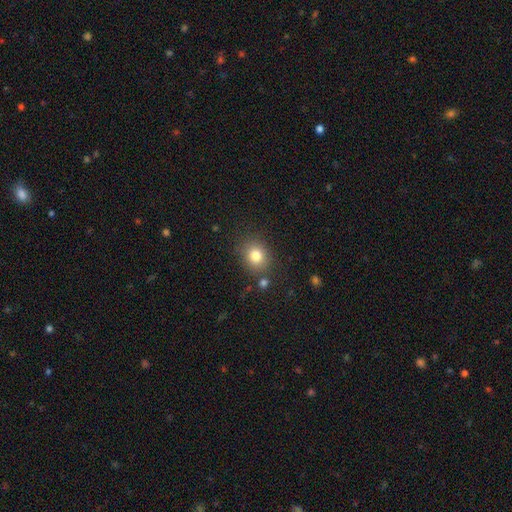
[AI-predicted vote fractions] smooth 80%, star or artifact 12%, featured or disk 8%. Down the decision tree: how rounded — round (68%); merging — none (81%).